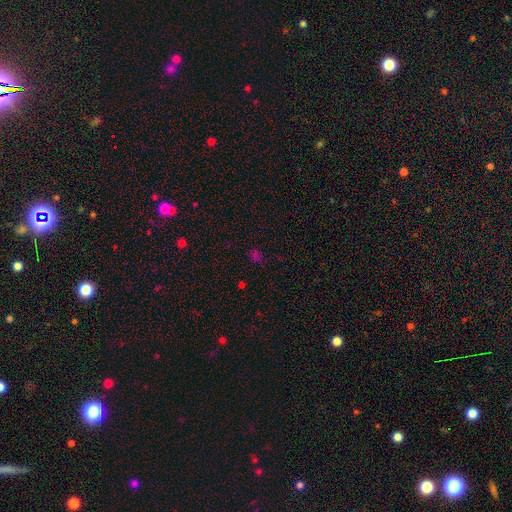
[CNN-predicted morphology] Smooth or featured?
  - smooth: 53% *
  - star or artifact: 40%
  - featured or disk: 7%
How rounded?
  - in between: 54% *
  - round: 44%
  - cigar-shaped: 2%
Merging?
  - none: 72% *
  - minor disturbance: 17%
  - major disturbance: 7%
  - merger: 4%